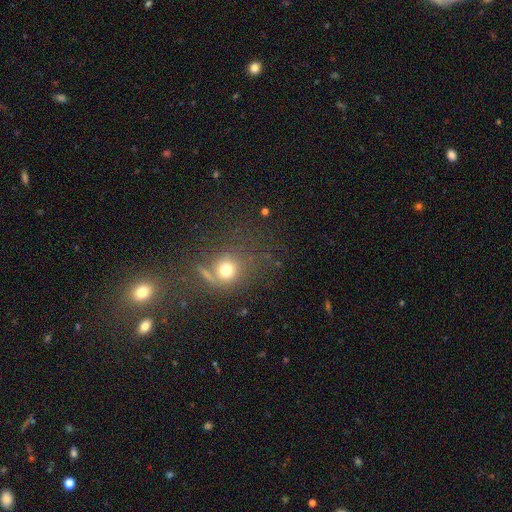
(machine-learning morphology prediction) type=smooth (49%); merging=merger (45%).